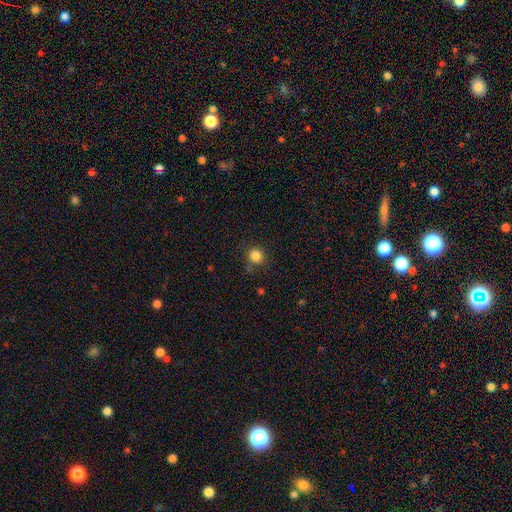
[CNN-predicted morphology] Smooth or featured: smooth — 84% (star or artifact — 12%)
How rounded: round — 90% (in between — 9%)
Merging: none — 82% (minor disturbance — 11%)